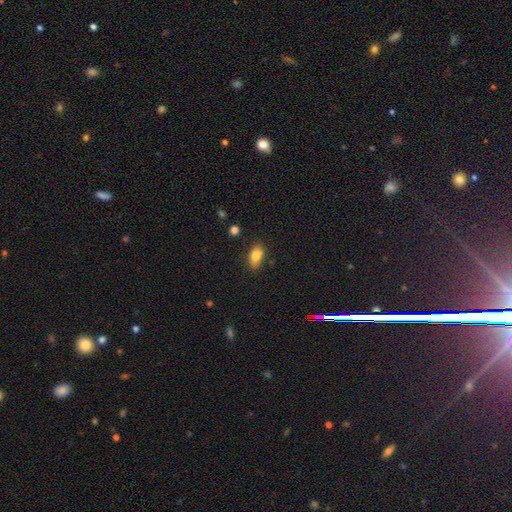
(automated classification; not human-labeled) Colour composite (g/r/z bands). It shows a smooth galaxy with no disk features (81%) that is in between round and cigar-shaped (87%). Merging: none (81%).